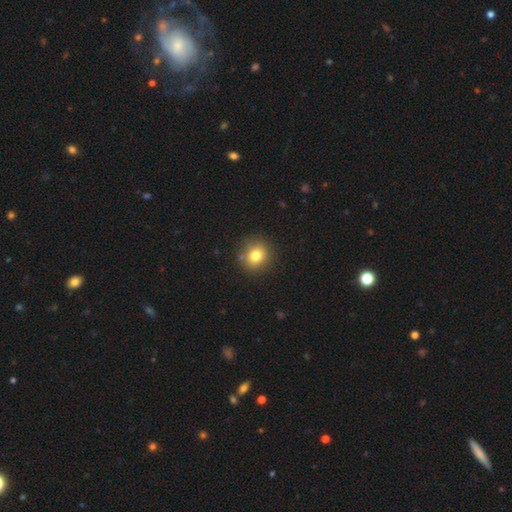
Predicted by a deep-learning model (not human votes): smooth 79%, star or artifact 12%, featured or disk 9%. Down the decision tree: how rounded — round (86%); merging — none (86%).